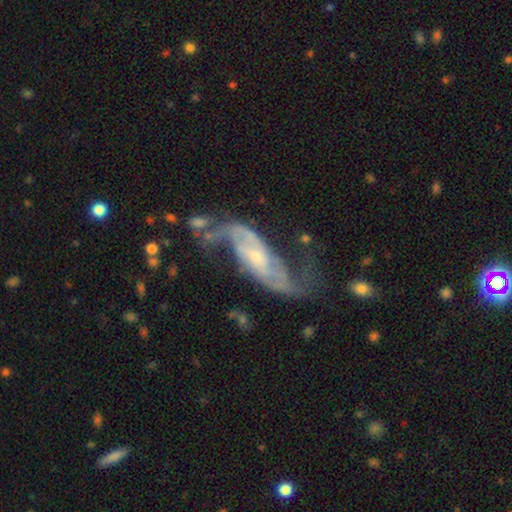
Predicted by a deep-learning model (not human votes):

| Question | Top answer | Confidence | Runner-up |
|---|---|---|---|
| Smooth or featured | featured or disk | 86% | smooth (8%) |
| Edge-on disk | no | 91% | yes (9%) |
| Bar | no | 48% | weak (36%) |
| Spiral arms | yes | 94% | no (6%) |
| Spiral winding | loose | 45% | medium (39%) |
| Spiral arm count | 2 | 86% | can't tell (7%) |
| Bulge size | small | 63% | moderate (27%) |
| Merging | none | 50% | major disturbance (21%) |